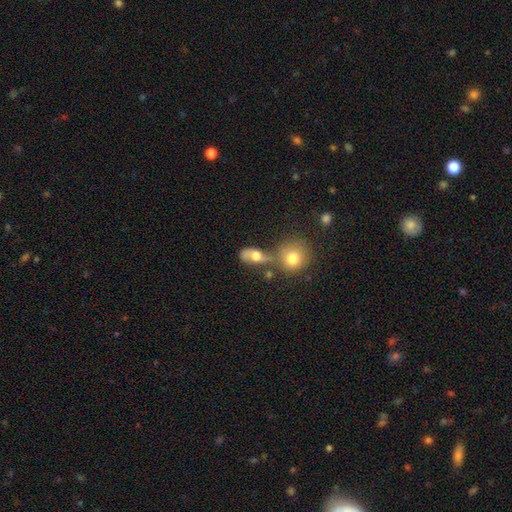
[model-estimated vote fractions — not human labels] Smooth or featured?
  - smooth: 63% *
  - featured or disk: 26%
  - star or artifact: 11%
How rounded?
  - in between: 66% *
  - round: 29%
  - cigar-shaped: 5%
Merging?
  - merger: 38% *
  - none: 30%
  - minor disturbance: 16%
  - major disturbance: 16%